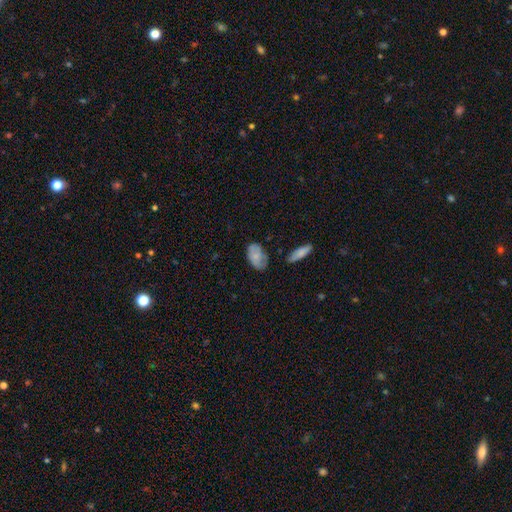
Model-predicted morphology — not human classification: Smooth or featured? smooth (76%)
How rounded? in between (92%)
Merging? none (59%)